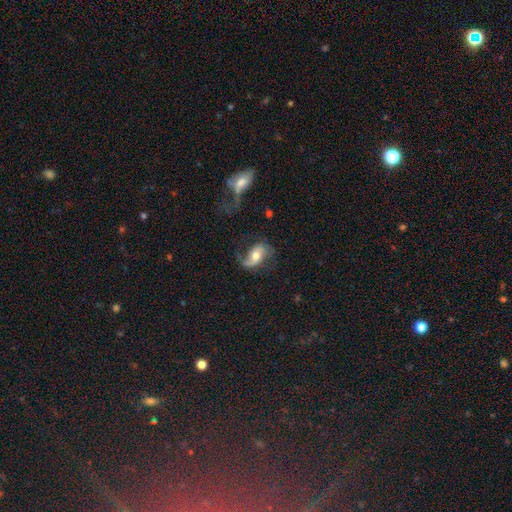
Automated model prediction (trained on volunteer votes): featured or disk 75%, smooth 18%, star or artifact 7%. Down the decision tree: edge-on disk — no (96%); bar — no (49%); spiral arms — yes (92%); spiral arm count — 2 (79%); spiral winding — loose (63%); bulge size — moderate (67%); merging — none (57%).